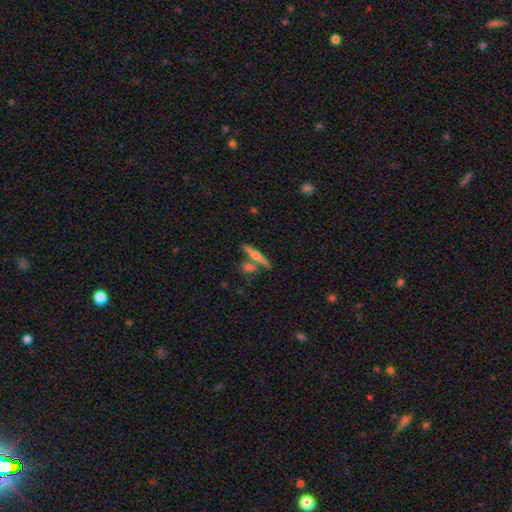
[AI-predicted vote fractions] smooth-or-featured: featured or disk: 55% | smooth: 38% | star or artifact: 7%
  disk-edge-on: yes: 95% | no: 5%
    edge-on-bulge: rounded: 86% | none: 9% | boxy: 5%
  merging: none: 70% | merger: 19% | minor disturbance: 8% | major disturbance: 3%